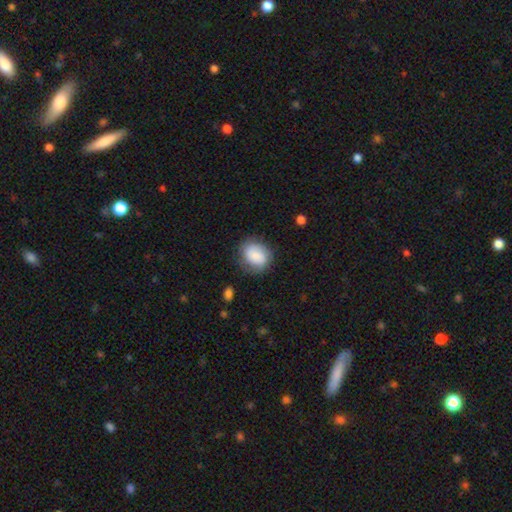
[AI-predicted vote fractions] This appears to be a smooth galaxy with no disk features (79%) that is round (56%). Merging: none (75%).